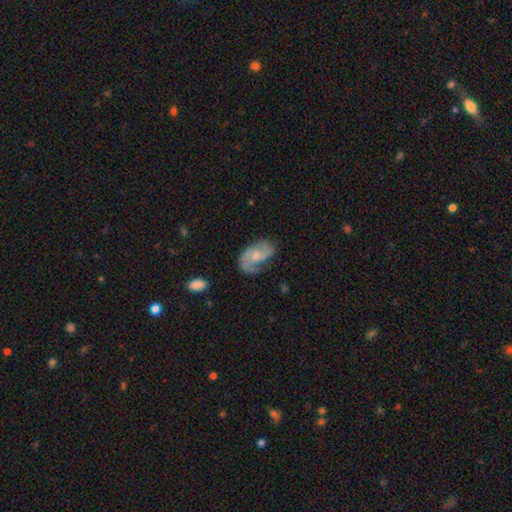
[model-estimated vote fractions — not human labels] Smooth or featured?
  - featured or disk: 76% *
  - smooth: 18%
  - star or artifact: 6%
Edge-on disk?
  - no: 97% *
  - yes: 3%
Bar?
  - no: 54% *
  - weak: 40%
  - strong: 6%
Spiral arms?
  - yes: 93% *
  - no: 7%
Spiral winding?
  - medium: 47% *
  - loose: 29%
  - tight: 24%
Spiral arm count?
  - 2: 76% *
  - 1: 10%
  - can't tell: 8%
  - 3: 3%
  - 4: 1%
  - more than 4: 1%
Bulge size?
  - small: 50% *
  - moderate: 31%
  - none: 14%
  - large: 3%
  - dominant: 1%
Merging?
  - none: 59% *
  - minor disturbance: 24%
  - major disturbance: 15%
  - merger: 2%